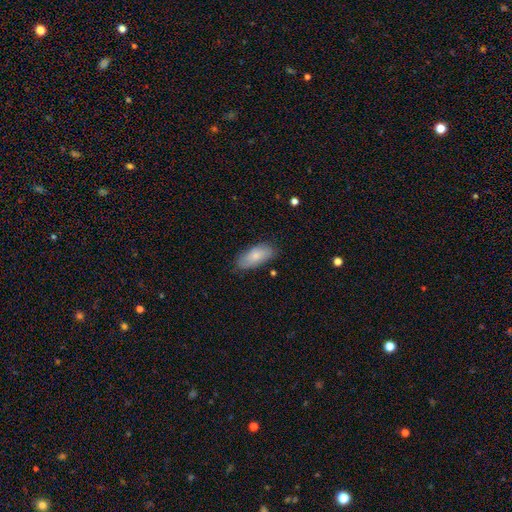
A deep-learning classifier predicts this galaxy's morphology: Smooth or featured?
  - smooth: 75% *
  - featured or disk: 19%
  - star or artifact: 6%
How rounded?
  - in between: 89% *
  - cigar-shaped: 9%
  - round: 2%
Merging?
  - none: 79% *
  - minor disturbance: 17%
  - major disturbance: 3%
  - merger: 1%